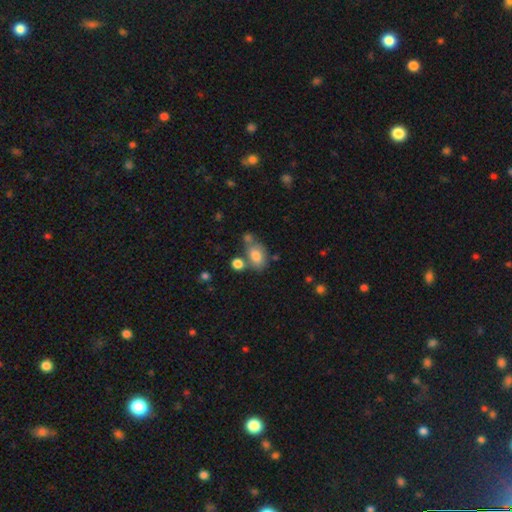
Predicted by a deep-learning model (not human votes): smooth-or-featured: smooth: 78% | featured or disk: 13% | star or artifact: 9%
  how-rounded: in between: 83% | round: 16% | cigar-shaped: 2%
  merging: none: 51% | merger: 24% | minor disturbance: 18% | major disturbance: 7%